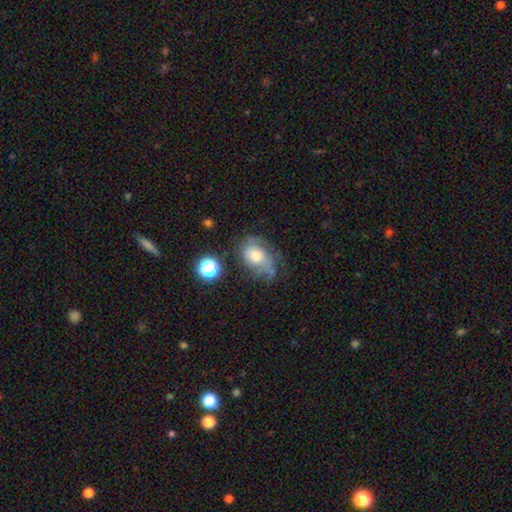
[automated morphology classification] This appears to be a smooth galaxy with no disk features (49%). Merging: none (41%).